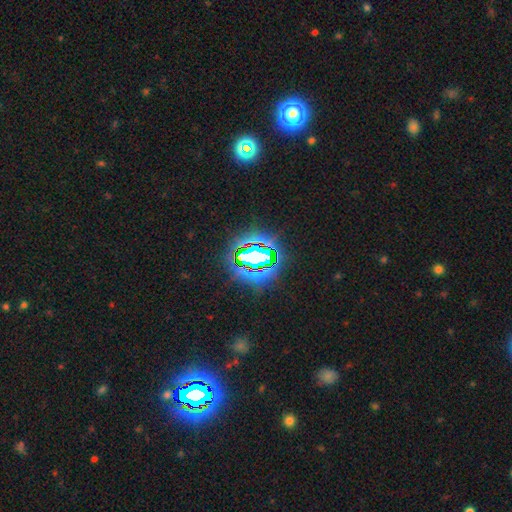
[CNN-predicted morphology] type=star or artifact (74%).